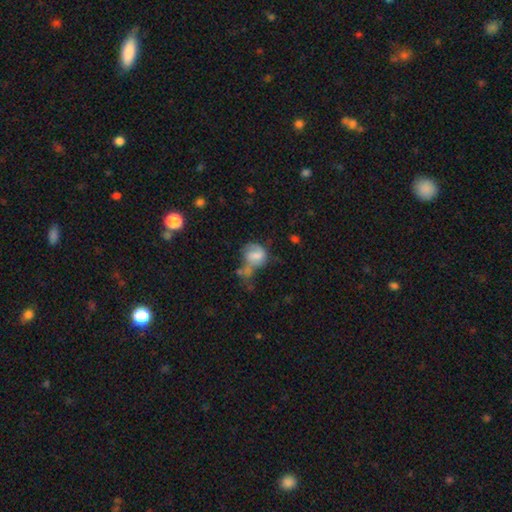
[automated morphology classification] smooth 63%, featured or disk 28%, star or artifact 10%. Down the decision tree: how rounded — round (55%); merging — merger (28%).